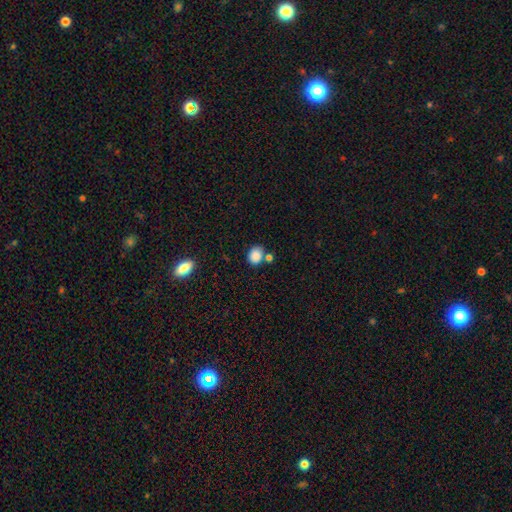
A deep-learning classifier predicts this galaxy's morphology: Overall: smooth (86%). How rounded: round (54%; in between 45%). Merging: none (66%).